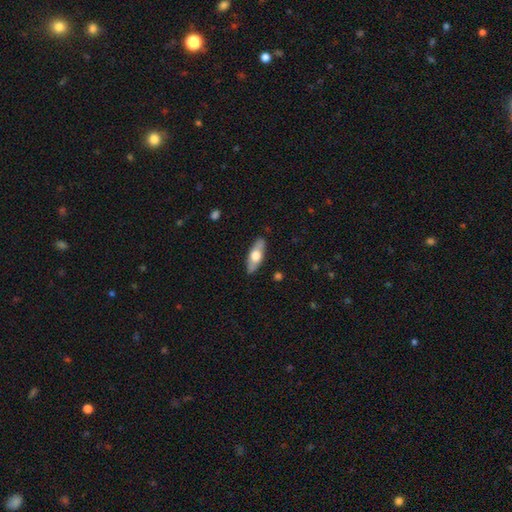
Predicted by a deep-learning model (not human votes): This appears to be a smooth galaxy with no disk features (54%) that is in between round and cigar-shaped (63%). Merging: none (88%).